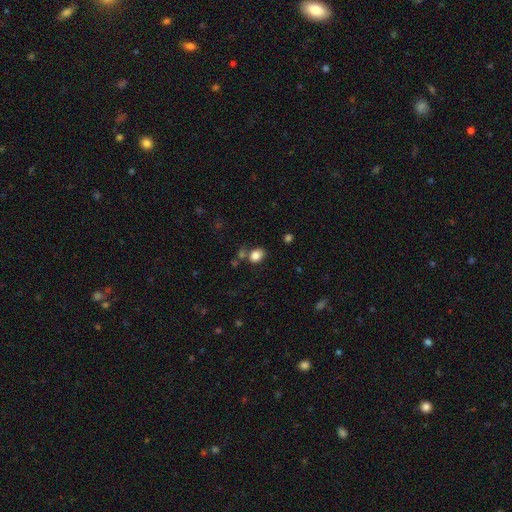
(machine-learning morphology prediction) Smooth or featured: smooth — 83% (star or artifact — 10%)
How rounded: in between — 62% (round — 37%)
Merging: none — 65% (minor disturbance — 15%)